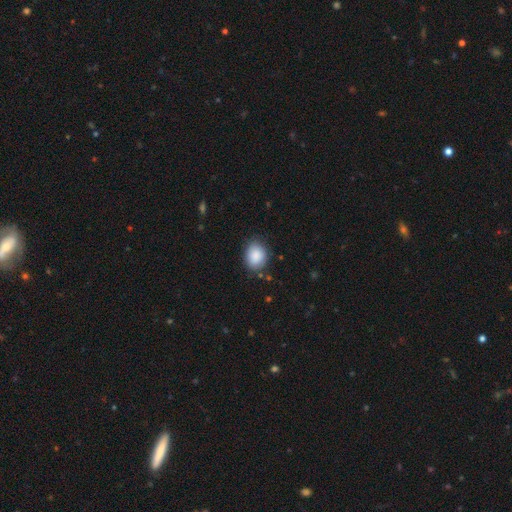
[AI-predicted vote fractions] Overall: smooth (88%). How rounded: in between (56%; round 43%). Merging: none (80%).